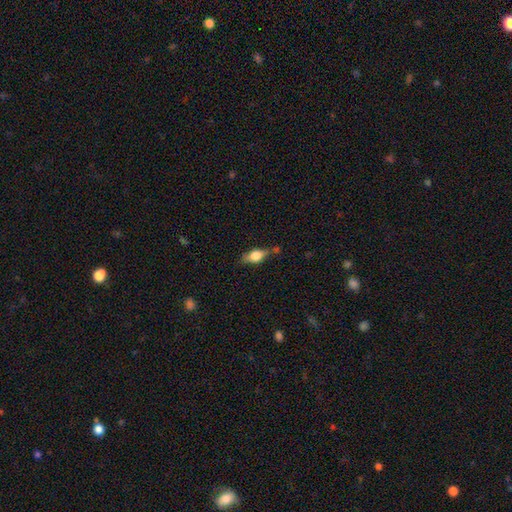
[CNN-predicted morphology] Smooth or featured: smooth — 56% (featured or disk — 35%)
How rounded: in between — 73% (cigar-shaped — 19%)
Merging: none — 62% (minor disturbance — 23%)